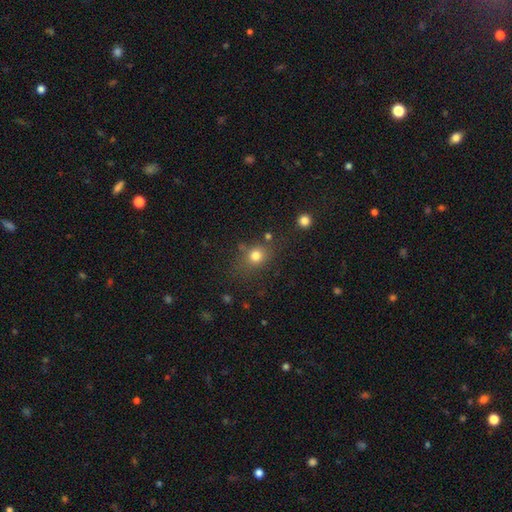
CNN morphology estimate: Smooth or featured? smooth (77%)
How rounded? round (67%)
Merging? none (71%)